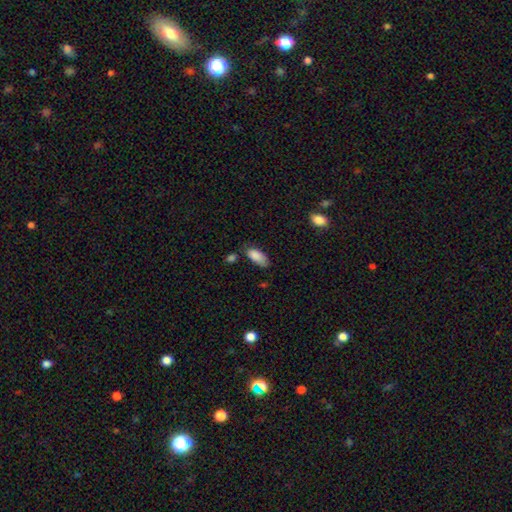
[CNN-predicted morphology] A smooth galaxy with no disk features (87%) that is in between round and cigar-shaped (91%).

Vote fractions:
- Smooth or featured? smooth: 87% / star or artifact: 7% / featured or disk: 6%
- How rounded? in between: 91% / cigar-shaped: 7% / round: 2%
- Merging? none: 53% / minor disturbance: 34% / major disturbance: 8% / merger: 6%